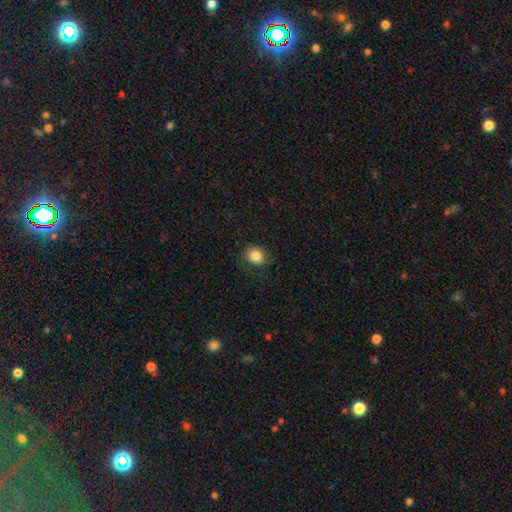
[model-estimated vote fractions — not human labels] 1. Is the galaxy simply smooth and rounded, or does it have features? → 84% smooth, 9% star or artifact, 7% featured or disk.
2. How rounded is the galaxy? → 70% round, 29% in between, 1% cigar-shaped.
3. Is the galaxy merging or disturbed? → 76% none, 17% minor disturbance, 7% major disturbance, 1% merger.